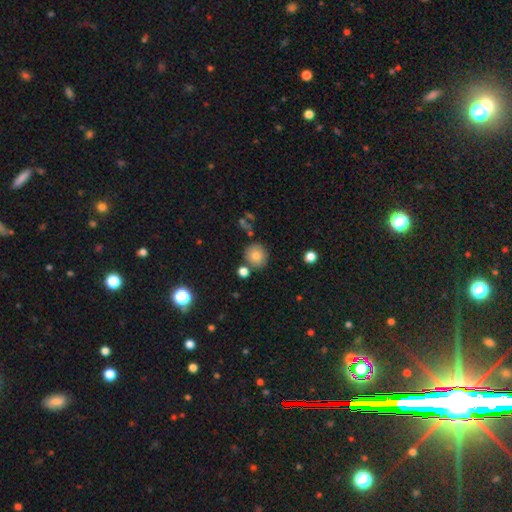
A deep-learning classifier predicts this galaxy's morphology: Smooth or featured?
  - smooth: 79% *
  - star or artifact: 11%
  - featured or disk: 10%
How rounded?
  - round: 87% *
  - in between: 12%
  - cigar-shaped: 1%
Merging?
  - none: 77% *
  - minor disturbance: 10%
  - merger: 10%
  - major disturbance: 3%